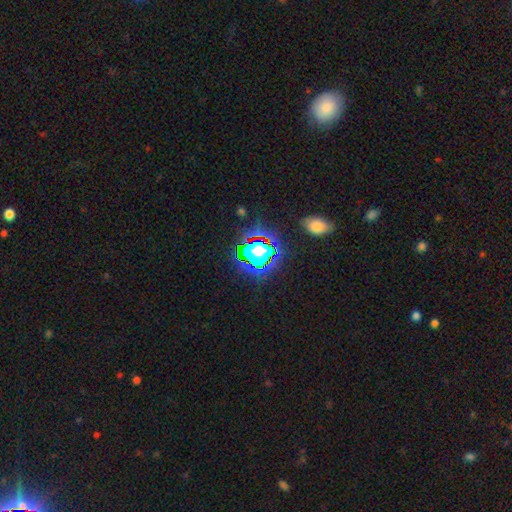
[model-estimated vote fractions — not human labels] The model was most divided on "smooth or featured": star or artifact: 74%, smooth: 17%, featured or disk: 9%.